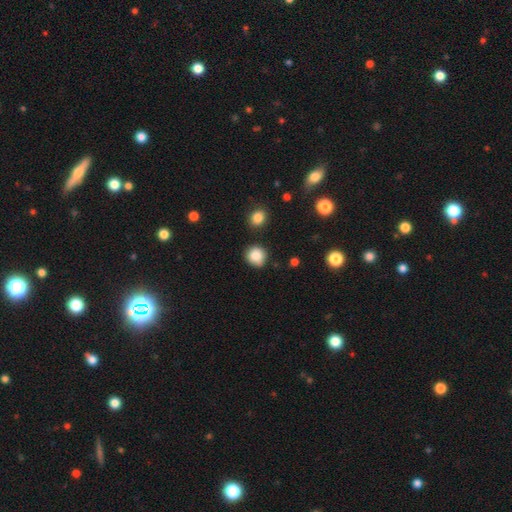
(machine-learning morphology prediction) Overall: smooth (86%). How rounded: round (89%). Merging: none (82%).